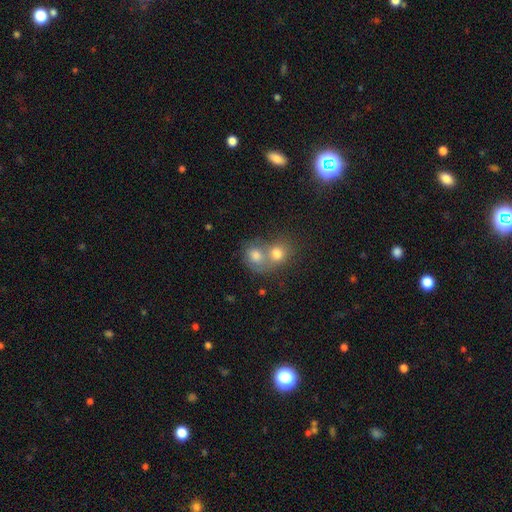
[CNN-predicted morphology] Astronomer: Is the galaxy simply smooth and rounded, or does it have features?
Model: smooth — 73%.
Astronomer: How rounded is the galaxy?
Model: round — 62%.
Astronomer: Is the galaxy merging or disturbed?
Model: merger — 68%.